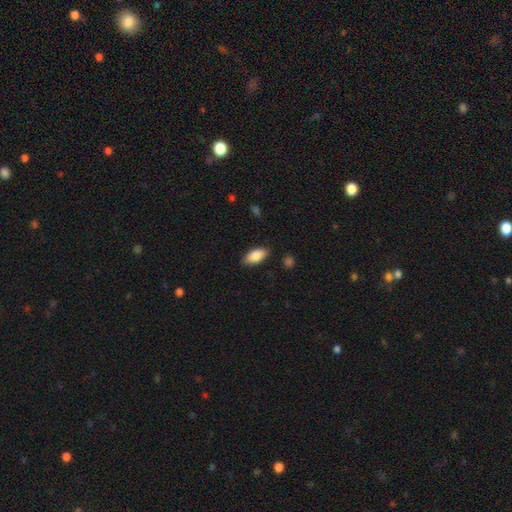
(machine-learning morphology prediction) This appears to be a smooth galaxy with no disk features (84%) that is in between round and cigar-shaped (90%). Merging: none (85%).